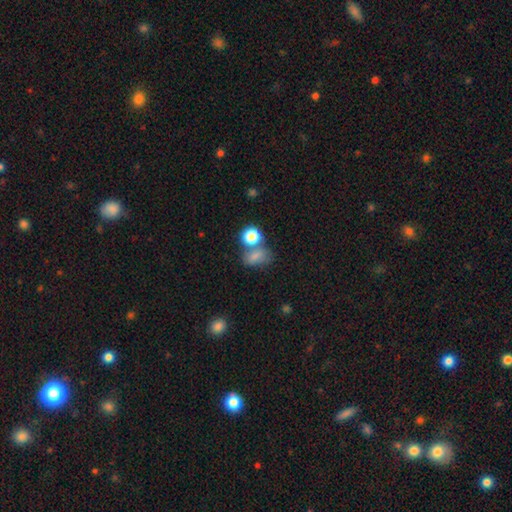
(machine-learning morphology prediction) smooth-or-featured: smooth: 75% | star or artifact: 15% | featured or disk: 10%
  how-rounded: in between: 67% | round: 31% | cigar-shaped: 2%
  merging: none: 44% | merger: 31% | minor disturbance: 16% | major disturbance: 9%